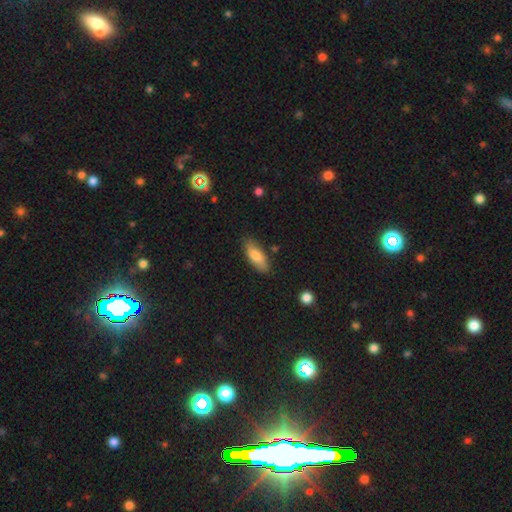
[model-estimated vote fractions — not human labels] Overall: smooth (80%). How rounded: in between (71%). Merging: none (82%).